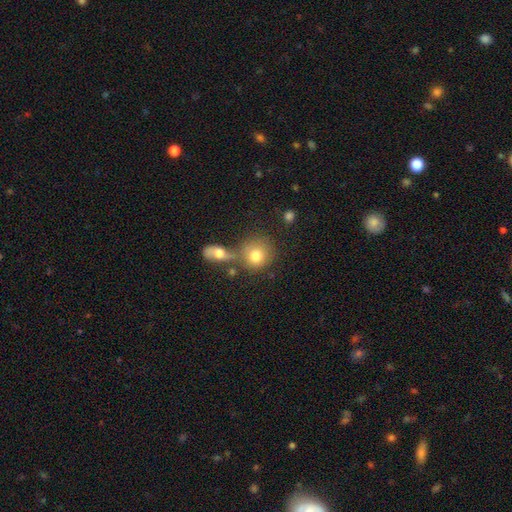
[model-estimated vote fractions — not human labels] smooth-or-featured: smooth: 78% | featured or disk: 13% | star or artifact: 9%
  how-rounded: round: 83% | in between: 16% | cigar-shaped: 1%
  merging: none: 49% | merger: 33% | minor disturbance: 11% | major disturbance: 6%